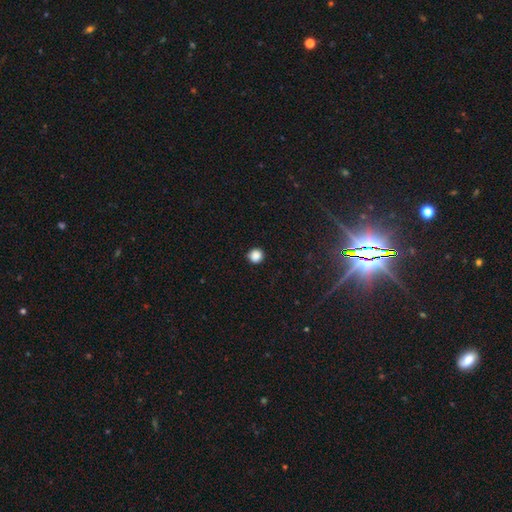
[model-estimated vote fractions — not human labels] Overall: smooth (86%). How rounded: round (95%). Merging: none (90%).